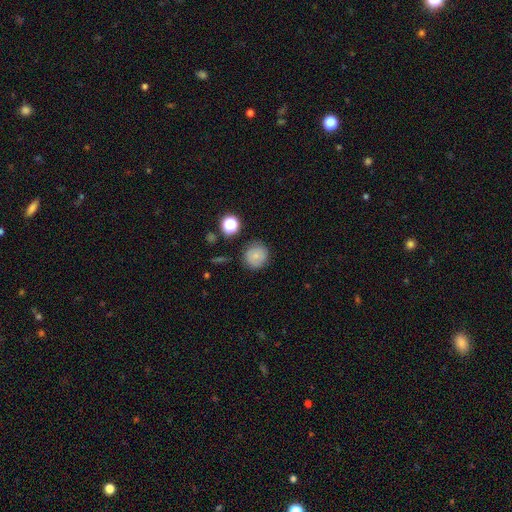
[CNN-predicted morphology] A smooth galaxy with no disk features (76%) that is round (91%).

Vote fractions:
- Smooth or featured? smooth: 76% / featured or disk: 13% / star or artifact: 12%
- How rounded? round: 91% / in between: 8% / cigar-shaped: 1%
- Merging? none: 83% / minor disturbance: 12% / major disturbance: 3% / merger: 2%